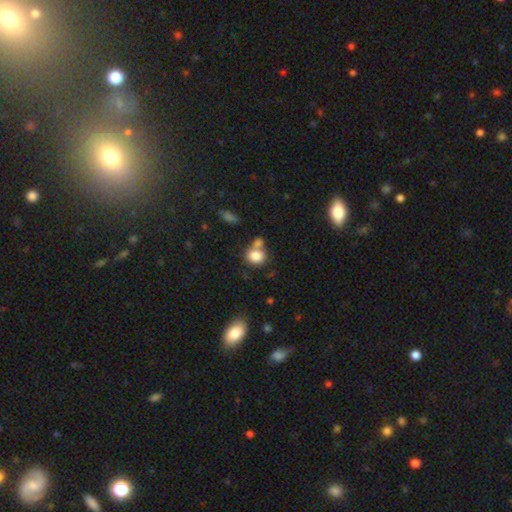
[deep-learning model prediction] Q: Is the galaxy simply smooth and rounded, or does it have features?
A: smooth — 82%.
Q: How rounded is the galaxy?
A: round — 61%.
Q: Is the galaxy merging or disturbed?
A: none — 48%.